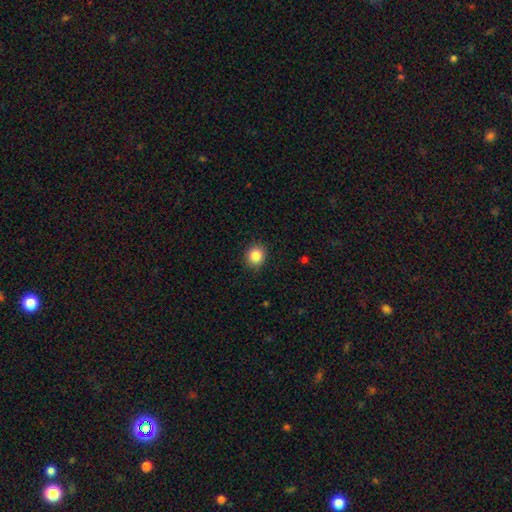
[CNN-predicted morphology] smooth-or-featured: smooth: 86% | star or artifact: 10% | featured or disk: 4%
  how-rounded: round: 79% | in between: 20% | cigar-shaped: 1%
  merging: none: 88% | minor disturbance: 8% | major disturbance: 2% | merger: 1%